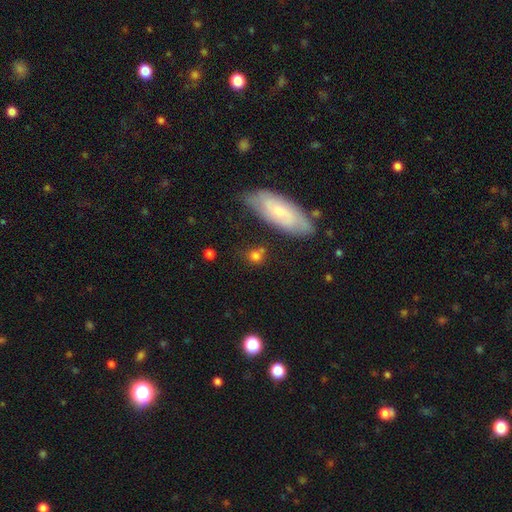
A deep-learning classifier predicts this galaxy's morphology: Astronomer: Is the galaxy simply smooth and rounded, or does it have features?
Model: smooth — 72%.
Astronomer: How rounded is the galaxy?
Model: round — 66%.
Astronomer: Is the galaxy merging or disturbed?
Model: none — 66%.